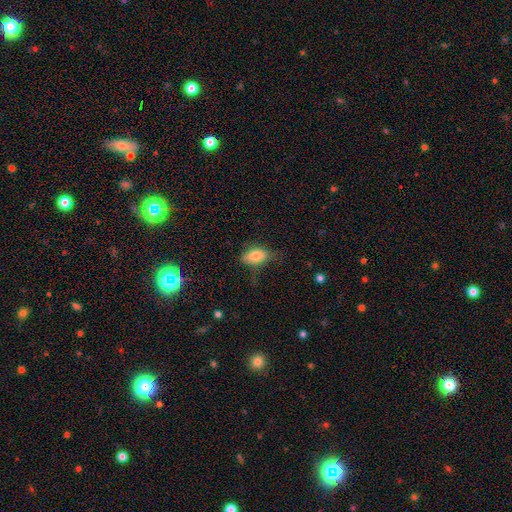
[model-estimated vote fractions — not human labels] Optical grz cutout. It shows a smooth galaxy with no disk features (79%) that is in between round and cigar-shaped (89%). Merging: none (58%).